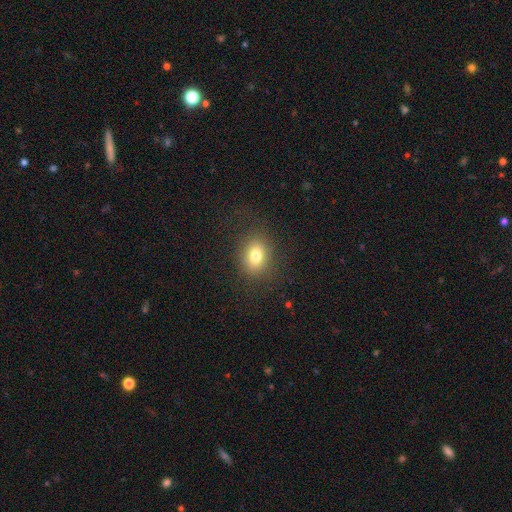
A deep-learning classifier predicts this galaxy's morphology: A smooth galaxy with no disk features (78%) that is in between round and cigar-shaped (50%). Merging: none (83%).